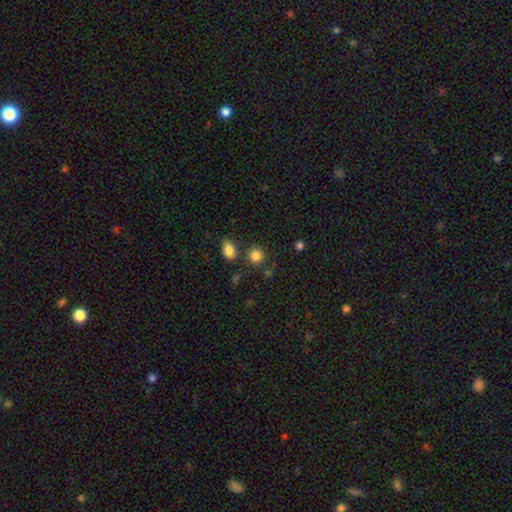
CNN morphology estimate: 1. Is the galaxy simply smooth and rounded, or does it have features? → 85% smooth, 11% star or artifact, 4% featured or disk.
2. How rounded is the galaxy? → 84% round, 15% in between, 1% cigar-shaped.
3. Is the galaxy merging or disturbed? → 77% none, 11% merger, 9% minor disturbance, 3% major disturbance.